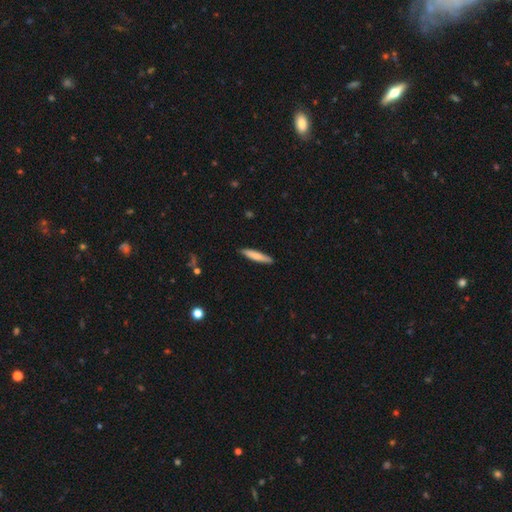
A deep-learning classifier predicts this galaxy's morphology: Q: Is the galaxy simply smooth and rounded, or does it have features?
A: smooth — 76%.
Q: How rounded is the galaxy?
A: cigar-shaped — 91%.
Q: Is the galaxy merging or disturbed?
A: none — 89%.